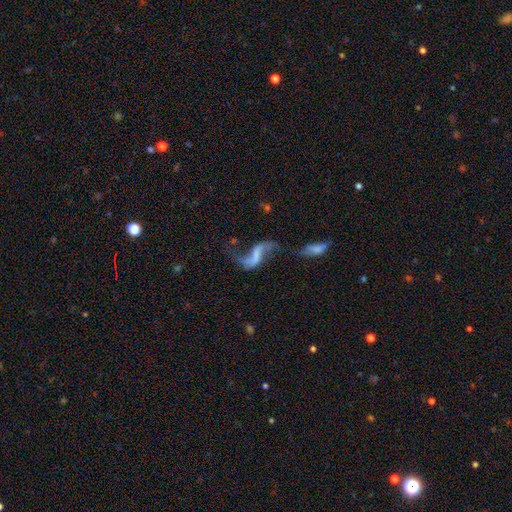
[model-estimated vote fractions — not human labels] Smooth or featured? Predicted: featured or disk (p=0.79). Edge-on disk? Predicted: no (p=0.96). Bar? Predicted: weak (p=0.39). Spiral arms? Predicted: yes (p=0.88). Spiral winding? Predicted: loose (p=0.92). Spiral arm count? Predicted: 2 (p=0.89). Bulge size? Predicted: none (p=0.63). Merging? Predicted: none (p=0.42).